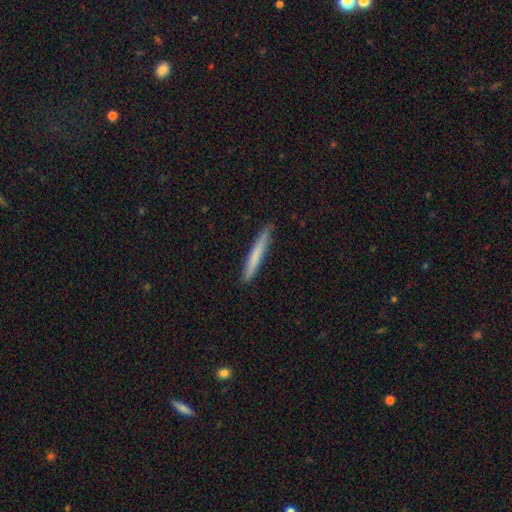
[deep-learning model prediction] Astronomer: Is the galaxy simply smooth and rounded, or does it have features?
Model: smooth — 70%.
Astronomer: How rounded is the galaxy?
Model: cigar-shaped — 97%.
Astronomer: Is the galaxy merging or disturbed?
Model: none — 88%.